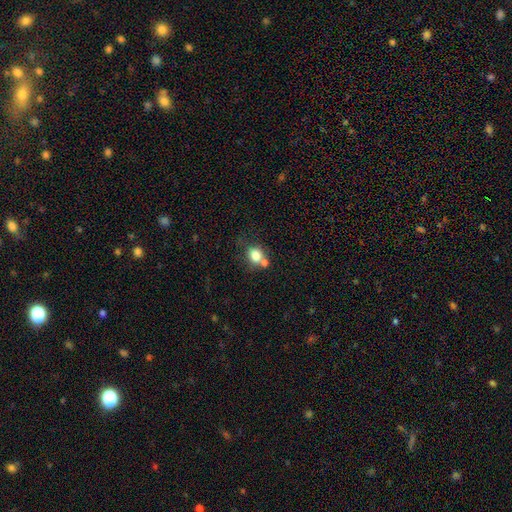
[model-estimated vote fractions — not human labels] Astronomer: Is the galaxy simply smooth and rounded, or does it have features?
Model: smooth — 79%.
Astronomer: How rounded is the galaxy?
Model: round — 72%.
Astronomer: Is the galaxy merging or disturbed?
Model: none — 49% (runner-up: merger, 34%).